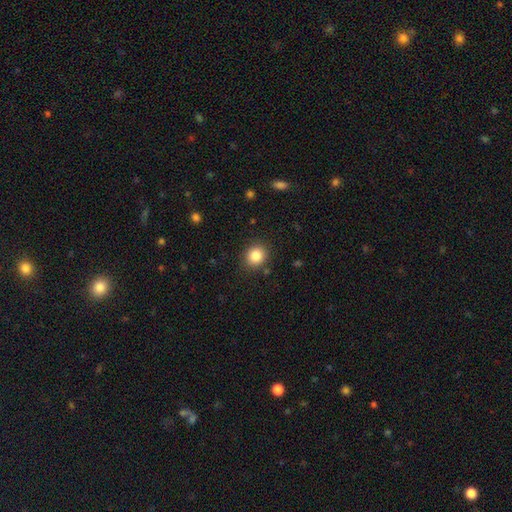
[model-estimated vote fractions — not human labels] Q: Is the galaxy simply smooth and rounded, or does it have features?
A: smooth — 85%.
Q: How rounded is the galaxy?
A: round — 81%.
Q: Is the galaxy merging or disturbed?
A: none — 88%.